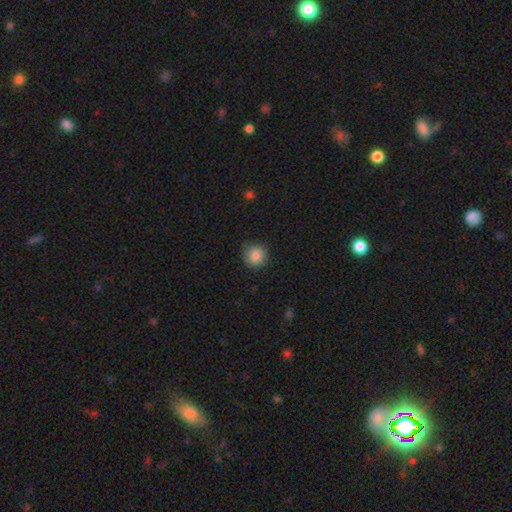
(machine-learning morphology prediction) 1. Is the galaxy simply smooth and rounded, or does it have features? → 86% smooth, 9% star or artifact, 4% featured or disk.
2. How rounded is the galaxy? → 89% round, 10% in between, 1% cigar-shaped.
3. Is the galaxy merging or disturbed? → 82% none, 14% minor disturbance, 3% major disturbance, 1% merger.